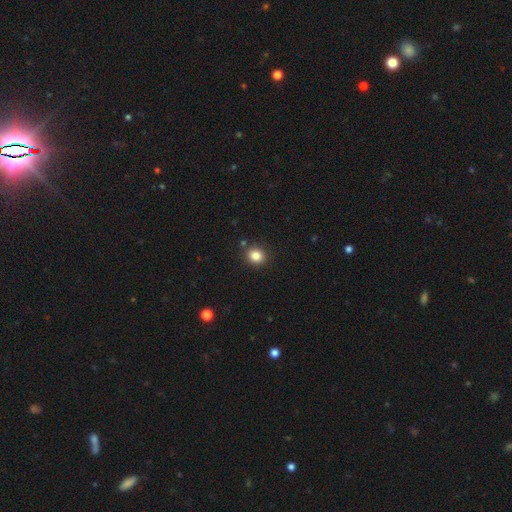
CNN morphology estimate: A smooth galaxy with no disk features (85%) that is round (77%). Merging: none (87%).